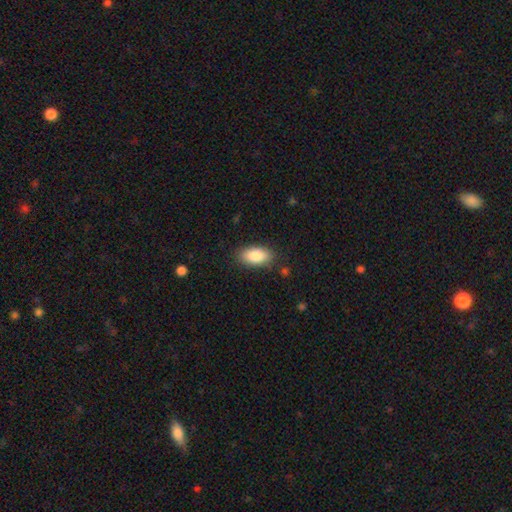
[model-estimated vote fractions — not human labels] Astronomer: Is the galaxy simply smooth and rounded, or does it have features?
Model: smooth — 85%.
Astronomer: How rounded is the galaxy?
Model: in between — 93%.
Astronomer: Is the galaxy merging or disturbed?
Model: none — 85%.